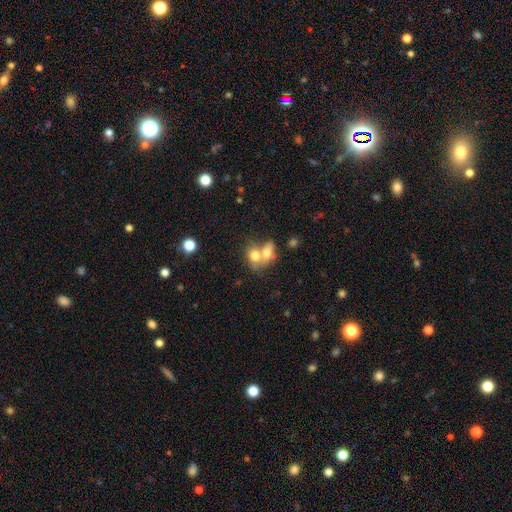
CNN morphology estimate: Smooth or featured? Predicted: smooth (p=0.72). How rounded? Predicted: in between (p=0.56). Merging? Predicted: merger (p=0.70).